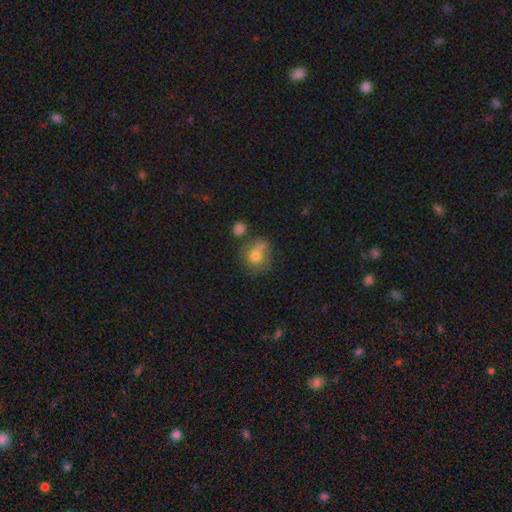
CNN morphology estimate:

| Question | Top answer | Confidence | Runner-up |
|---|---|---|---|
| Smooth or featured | smooth | 72% | featured or disk (17%) |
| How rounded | round | 67% | in between (32%) |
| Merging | none | 41% | minor disturbance (23%) |